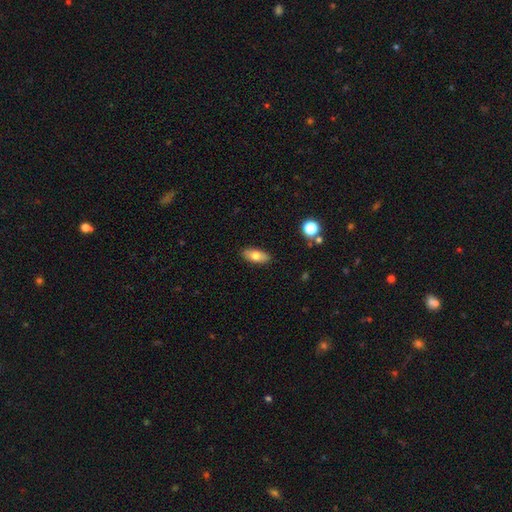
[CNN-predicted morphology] smooth_or_featured: smooth (p=0.74) [alt: featured or disk p=0.19]
how_rounded: in between (p=0.83) [alt: cigar-shaped p=0.13]
merging: none (p=0.88) [alt: minor disturbance p=0.09]